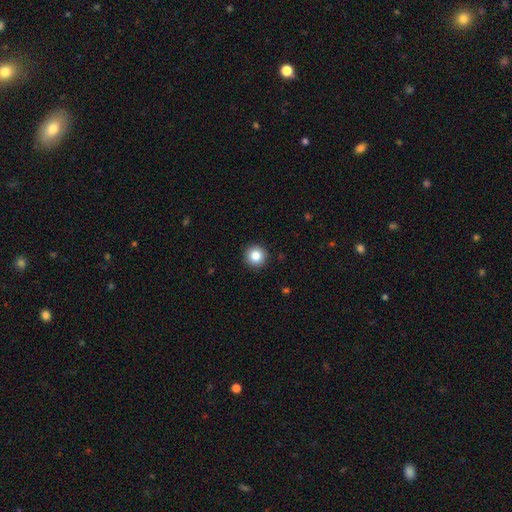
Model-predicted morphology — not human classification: Smooth or featured? smooth (84%)
How rounded? round (96%)
Merging? none (93%)